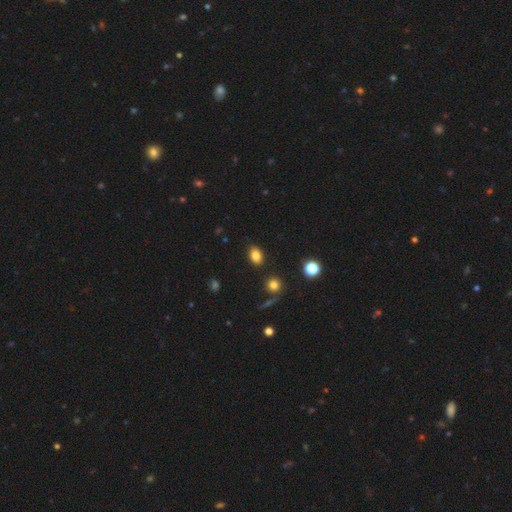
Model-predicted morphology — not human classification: The model was most divided on "how rounded": in between: 77%, round: 21%, cigar-shaped: 1%. More confident: merging — none (85%); smooth or featured — smooth (82%).